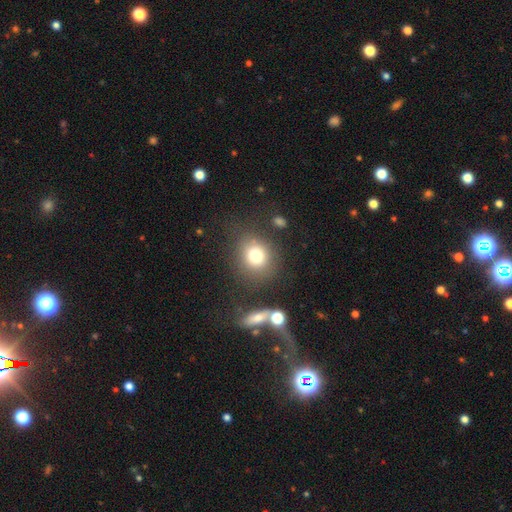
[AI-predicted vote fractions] Smooth or featured? smooth (77%)
How rounded? round (78%)
Merging? none (74%)